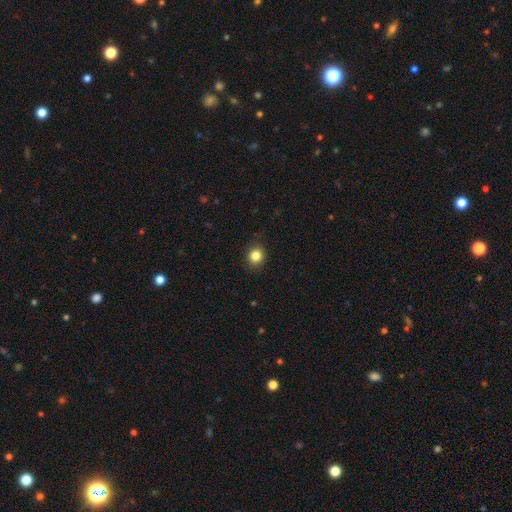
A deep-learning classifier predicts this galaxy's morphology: This appears to be a smooth galaxy with no disk features (84%) that is round (81%). Merging: none (89%).